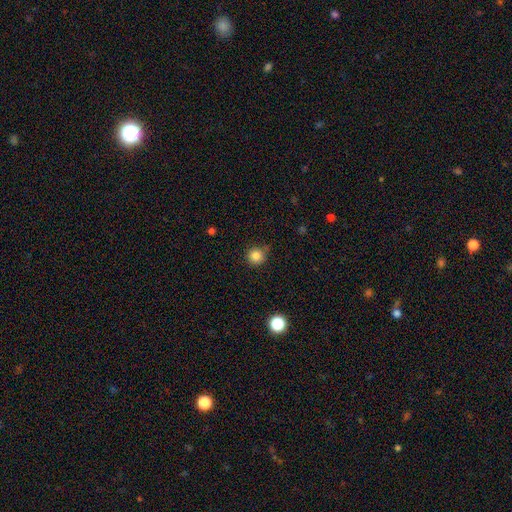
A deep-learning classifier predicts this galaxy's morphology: A smooth galaxy with no disk features (84%) that is round (95%).

Vote fractions:
- Smooth or featured? smooth: 84% / star or artifact: 12% / featured or disk: 4%
- How rounded? round: 95% / in between: 4% / cigar-shaped: 1%
- Merging? none: 83% / minor disturbance: 11% / merger: 4% / major disturbance: 3%